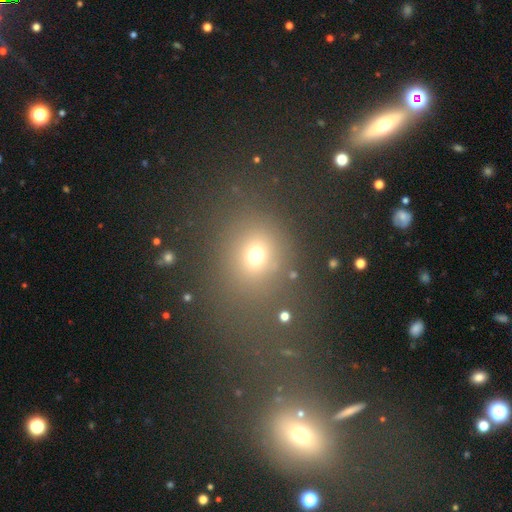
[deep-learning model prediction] Smooth or featured? Predicted: smooth (p=0.68). How rounded? Predicted: round (p=0.66). Merging? Predicted: none (p=0.71).